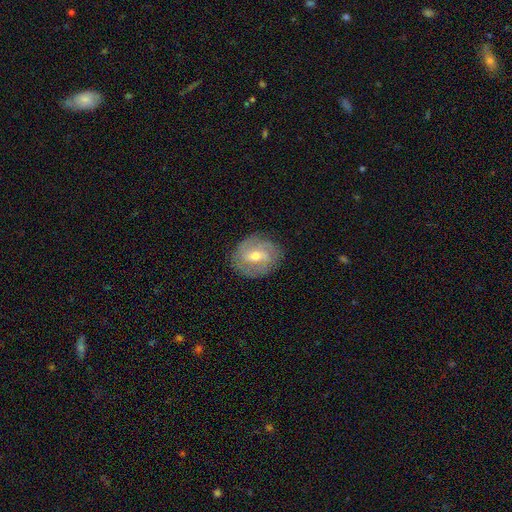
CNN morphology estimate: Smooth or featured?
  - featured or disk: 68% *
  - smooth: 25%
  - star or artifact: 7%
Edge-on disk?
  - no: 96% *
  - yes: 4%
Bar?
  - weak: 47% *
  - no: 35%
  - strong: 17%
Spiral arms?
  - yes: 82% *
  - no: 18%
Spiral winding?
  - tight: 53% *
  - medium: 35%
  - loose: 12%
Spiral arm count?
  - 2: 45% *
  - can't tell: 29%
  - 3: 15%
  - 1: 4%
  - 4: 4%
  - more than 4: 3%
Bulge size?
  - moderate: 63% *
  - small: 33%
  - large: 3%
  - none: 1%
  - dominant: 1%
Merging?
  - none: 81% *
  - minor disturbance: 13%
  - major disturbance: 4%
  - merger: 1%